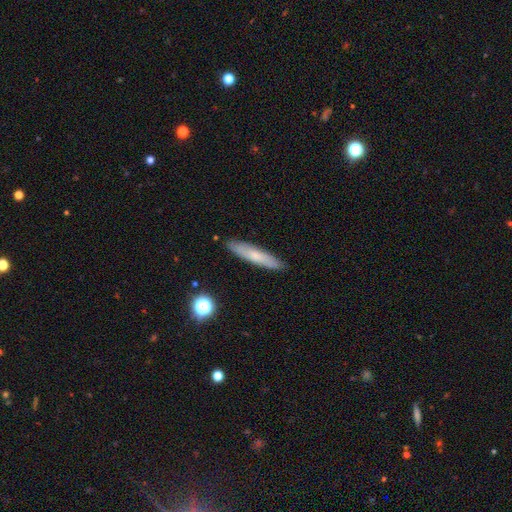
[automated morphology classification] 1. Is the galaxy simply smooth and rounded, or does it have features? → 64% smooth, 29% featured or disk, 7% star or artifact.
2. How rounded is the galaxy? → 88% cigar-shaped, 11% in between, 2% round.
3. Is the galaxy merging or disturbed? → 88% none, 9% minor disturbance, 2% major disturbance, 1% merger.